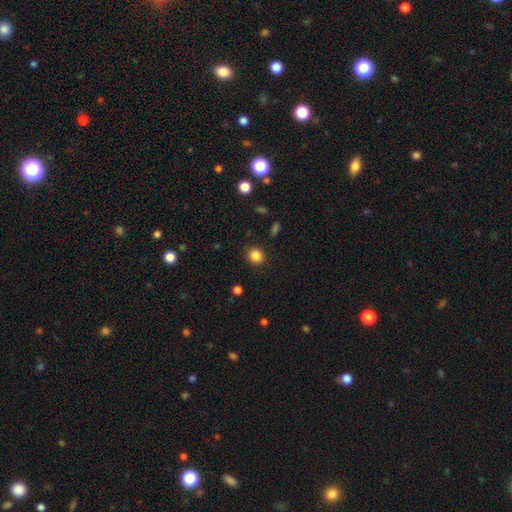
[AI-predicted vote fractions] Morphology: type=smooth (85%); roundness=round (87%); merging=none (89%).